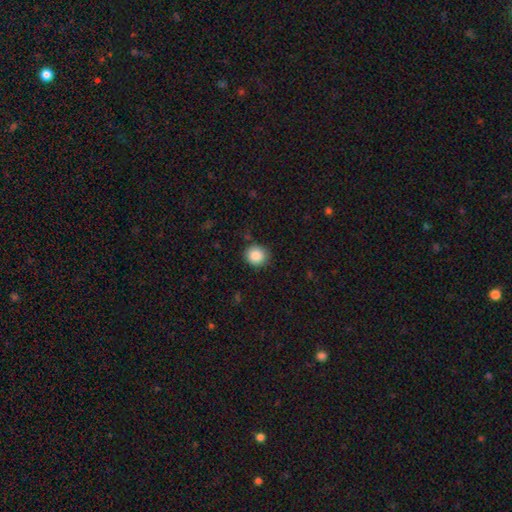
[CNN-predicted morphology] Smooth or featured: smooth — 87% (star or artifact — 9%)
How rounded: round — 88% (in between — 11%)
Merging: none — 87% (minor disturbance — 9%)